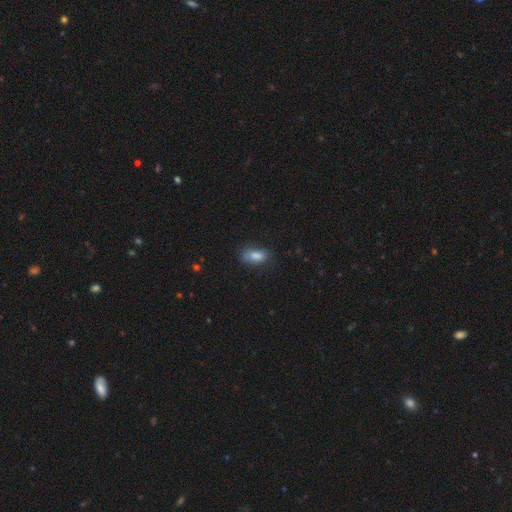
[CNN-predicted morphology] Smooth or featured? Predicted: smooth (p=0.83). How rounded? Predicted: in between (p=0.88). Merging? Predicted: none (p=0.68).